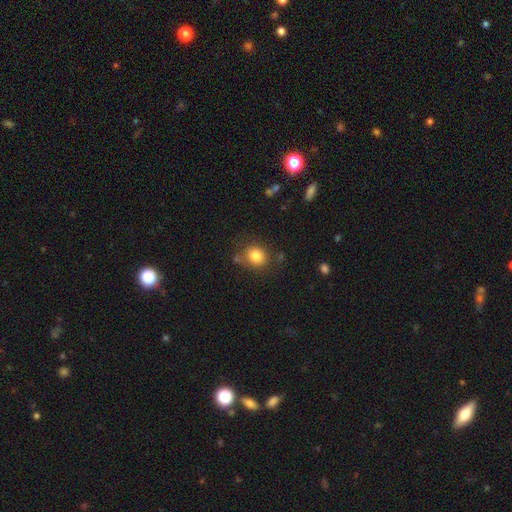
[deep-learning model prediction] Smooth or featured? smooth (82%)
How rounded? round (76%)
Merging? none (76%)